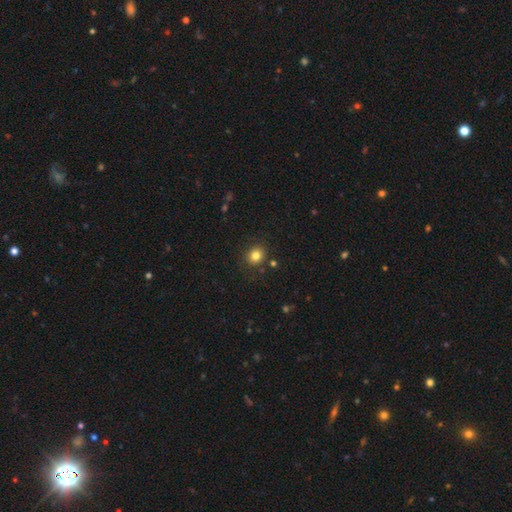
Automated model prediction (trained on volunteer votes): A smooth galaxy with no disk features (81%) that is round (76%). Merging: none (86%).